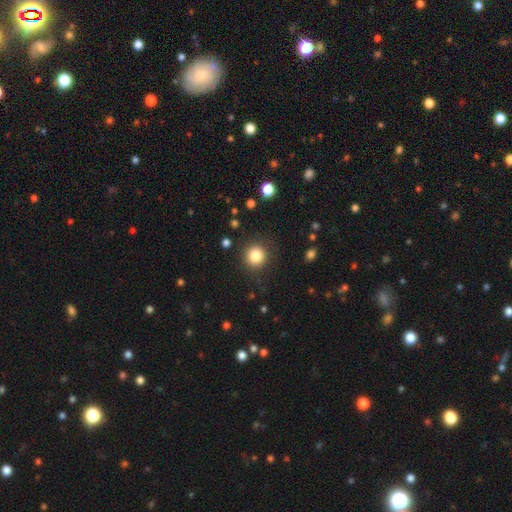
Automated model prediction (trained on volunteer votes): smooth 84%, star or artifact 11%, featured or disk 5%. Down the decision tree: how rounded — round (93%); merging — none (88%).